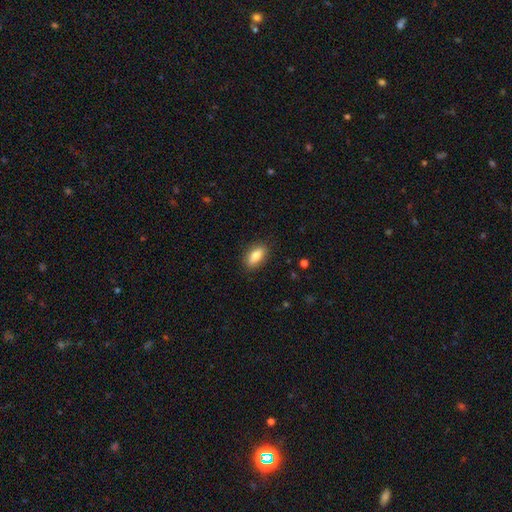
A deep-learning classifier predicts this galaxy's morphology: A smooth galaxy with no disk features (78%) that is in between round and cigar-shaped (83%).

Vote fractions:
- Smooth or featured? smooth: 78% / featured or disk: 15% / star or artifact: 7%
- How rounded? in between: 83% / cigar-shaped: 13% / round: 5%
- Merging? none: 86% / minor disturbance: 11% / major disturbance: 2% / merger: 1%